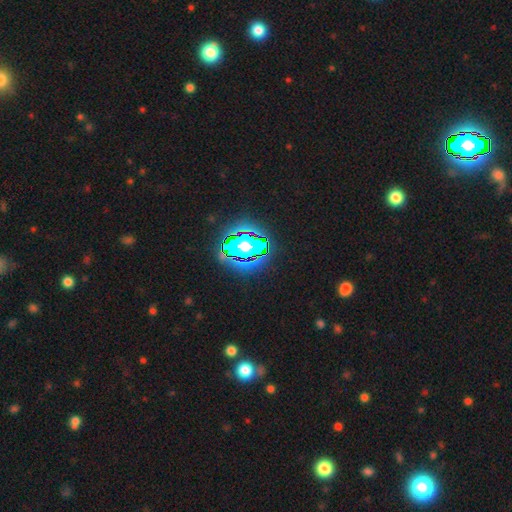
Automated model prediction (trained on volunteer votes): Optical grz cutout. It shows a star or artifact, not a galaxy (84%).